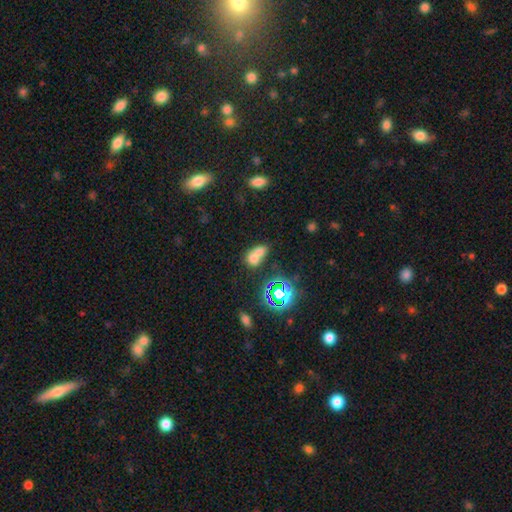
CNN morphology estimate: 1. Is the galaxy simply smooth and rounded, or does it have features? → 61% smooth, 20% star or artifact, 19% featured or disk.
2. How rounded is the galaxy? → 57% in between, 41% round, 3% cigar-shaped.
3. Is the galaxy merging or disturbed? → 67% merger, 22% none, 7% minor disturbance, 4% major disturbance.